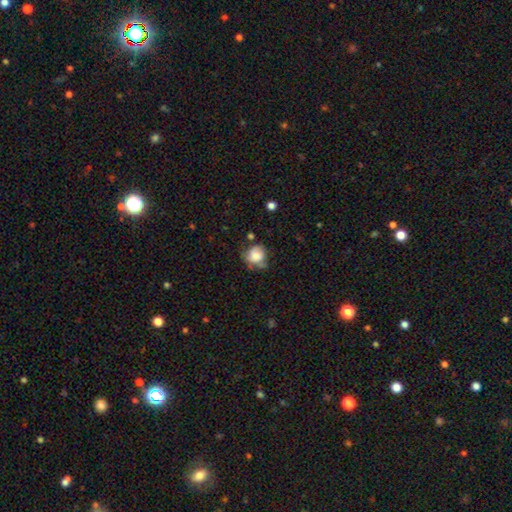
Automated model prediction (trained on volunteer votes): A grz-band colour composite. It shows a smooth galaxy with no disk features (77%) that is round (77%). Merging: none (50%).